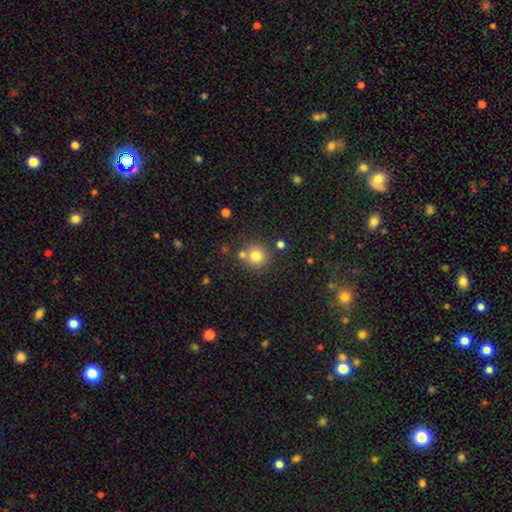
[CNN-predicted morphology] smooth 78%, star or artifact 13%, featured or disk 9%. Down the decision tree: how rounded — round (93%); merging — none (73%).